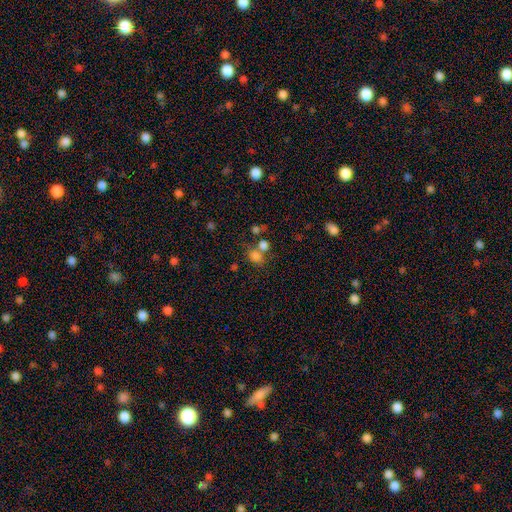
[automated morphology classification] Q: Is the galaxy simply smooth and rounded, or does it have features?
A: smooth — 75%.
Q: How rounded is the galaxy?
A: round — 57%.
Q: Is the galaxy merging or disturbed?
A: none — 47%.